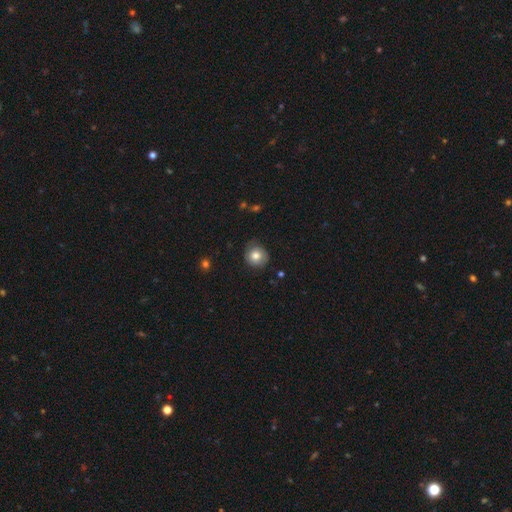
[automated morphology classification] type=smooth (77%); roundness=round (85%); merging=none (75%).